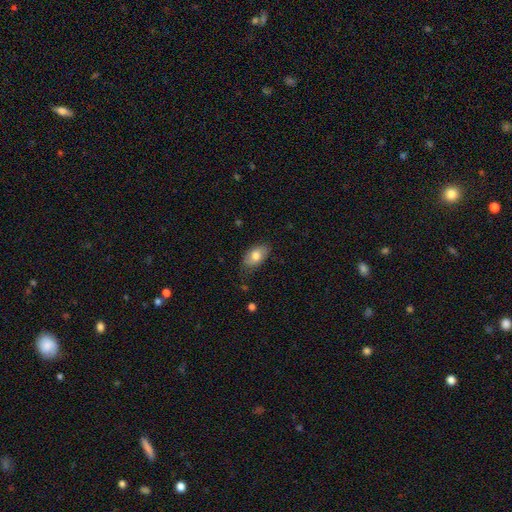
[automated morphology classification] Q: Smooth or featured?
A: smooth (76%); runner-up: featured or disk (17%)
Q: How rounded?
A: in between (91%); runner-up: round (7%)
Q: Merging?
A: none (75%); runner-up: minor disturbance (20%)